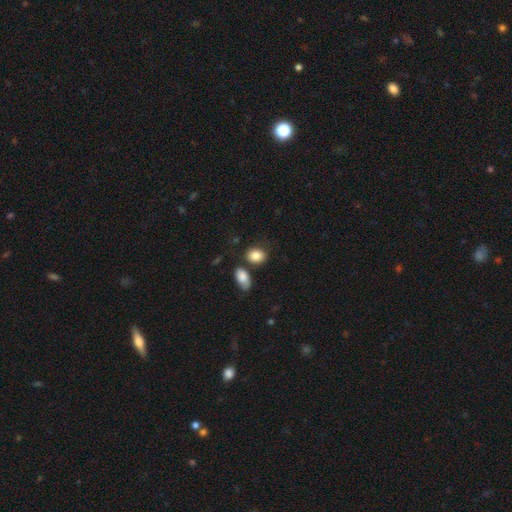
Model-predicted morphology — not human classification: Smooth or featured? smooth (84%)
How rounded? in between (66%)
Merging? none (66%)